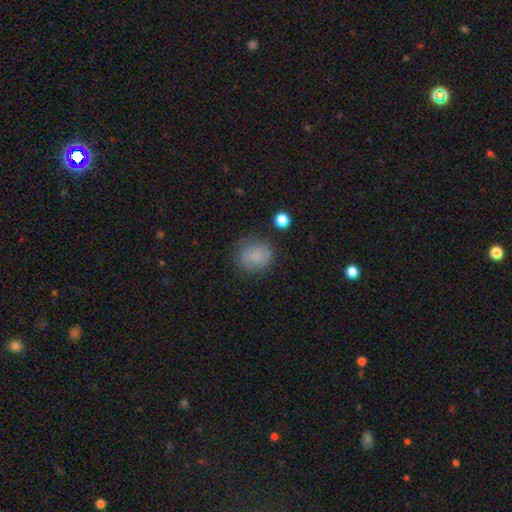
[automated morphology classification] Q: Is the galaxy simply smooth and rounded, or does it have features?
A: smooth — 83%.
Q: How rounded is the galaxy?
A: round — 74%.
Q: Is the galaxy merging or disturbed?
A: none — 78%.